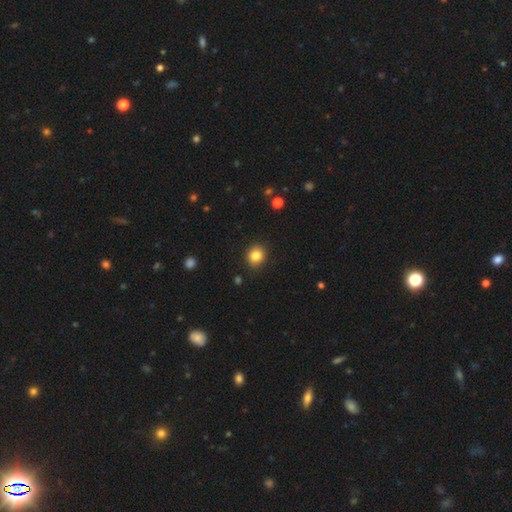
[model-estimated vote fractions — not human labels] A smooth galaxy with no disk features (83%) that is round (75%). Merging: none (90%).